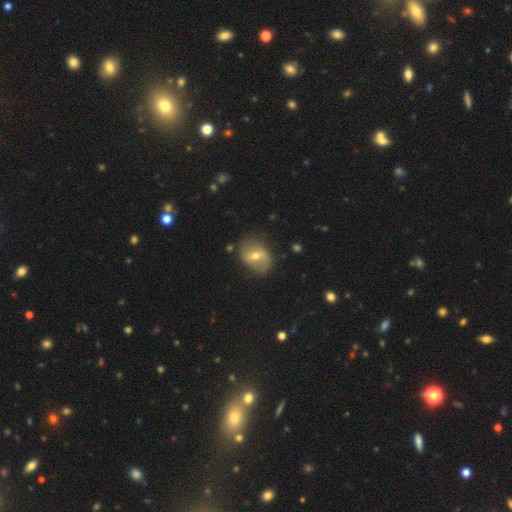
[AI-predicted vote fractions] This appears to be a featured or disk galaxy (55%) with a weak bar (45%), no spiral arms (51%) and a moderate central bulge (63%). Merging: none (74%).